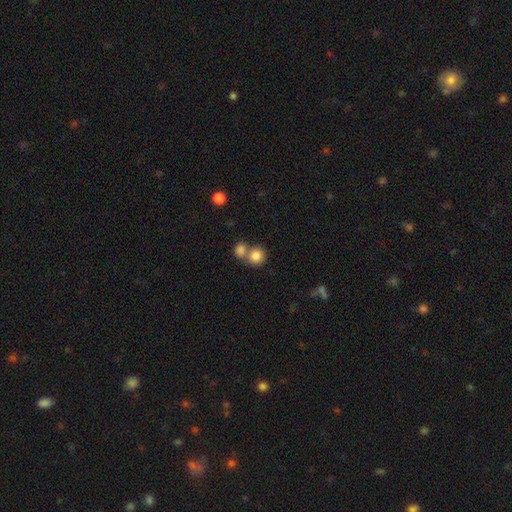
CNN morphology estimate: smooth 83%, star or artifact 9%, featured or disk 8%. Down the decision tree: how rounded — round (83%); merging — merger (46%).